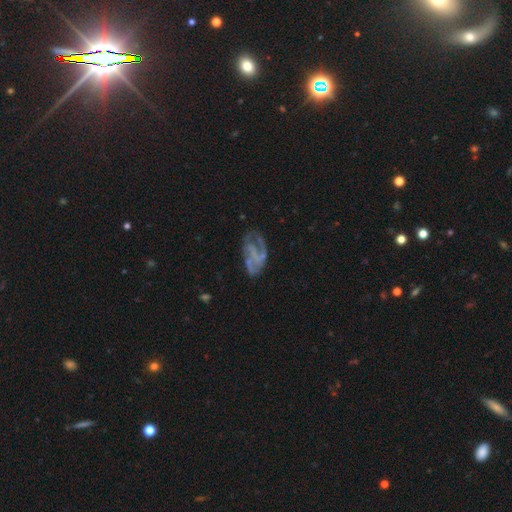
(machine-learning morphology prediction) Smooth or featured?
  - featured or disk: 70% *
  - smooth: 20%
  - star or artifact: 10%
Edge-on disk?
  - no: 97% *
  - yes: 3%
Bar?
  - no: 57% *
  - weak: 29%
  - strong: 15%
Spiral arms?
  - yes: 69% *
  - no: 31%
Bulge size?
  - none: 71% *
  - small: 18%
  - moderate: 7%
  - large: 2%
  - dominant: 1%
Merging?
  - none: 48% *
  - major disturbance: 26%
  - minor disturbance: 22%
  - merger: 4%